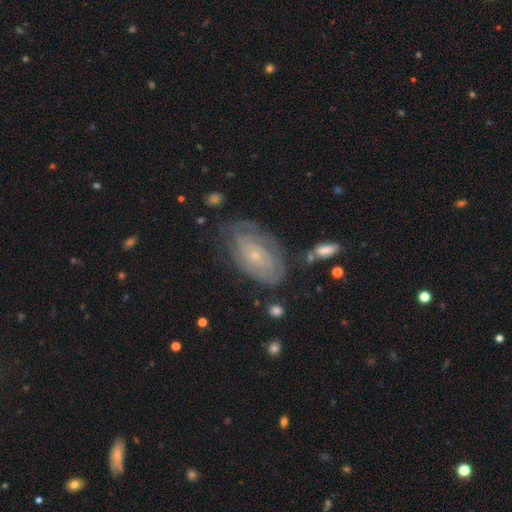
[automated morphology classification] Overall: featured or disk (66%). Edge-on disk: no (93%). Bar: no (79%). Spiral arms: yes (78%). Bulge size: small (81%). Merging: none (65%).